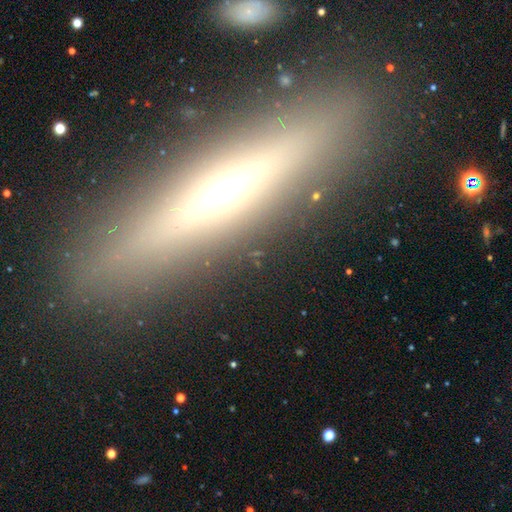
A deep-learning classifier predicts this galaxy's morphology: smooth_or_featured: featured or disk (p=0.56) [alt: smooth p=0.31]
disk_edge_on: yes (p=0.86) [alt: no p=0.14]
merging: none (p=0.86) [alt: minor disturbance p=0.09]